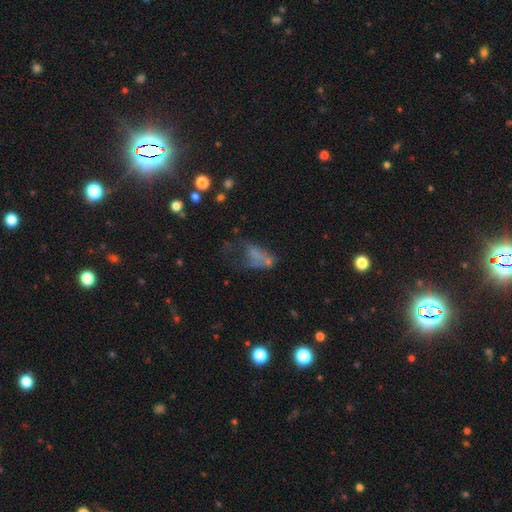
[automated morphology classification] A smooth galaxy with no disk features (51%) that is in between round and cigar-shaped (84%).

Vote fractions:
- Smooth or featured? smooth: 51% / featured or disk: 32% / star or artifact: 17%
- How rounded? in between: 84% / cigar-shaped: 8% / round: 8%
- Merging? major disturbance: 46% / none: 21% / minor disturbance: 18% / merger: 15%